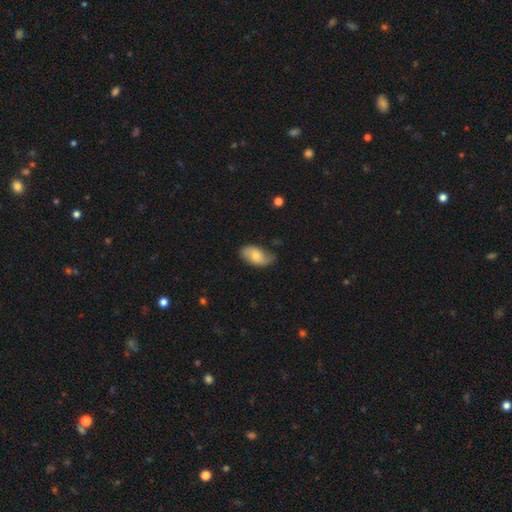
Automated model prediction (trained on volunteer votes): The model was most divided on "merging": none: 57%, minor disturbance: 33%, major disturbance: 8%, merger: 2%. More confident: how rounded — in between (94%); smooth or featured — smooth (65%).